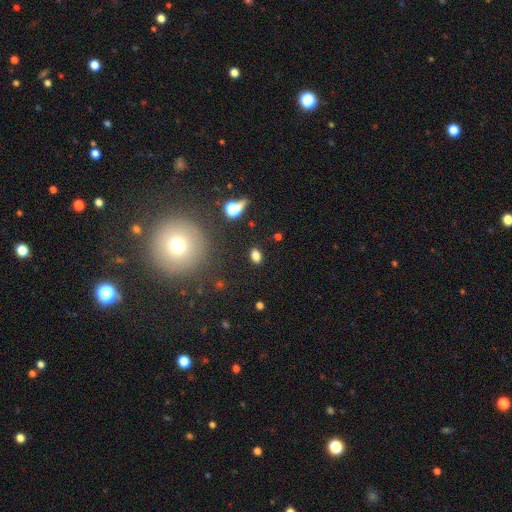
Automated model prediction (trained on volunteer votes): Q: Smooth or featured?
A: smooth (79%); runner-up: star or artifact (15%)
Q: How rounded?
A: in between (78%); runner-up: round (19%)
Q: Merging?
A: none (85%); runner-up: minor disturbance (9%)